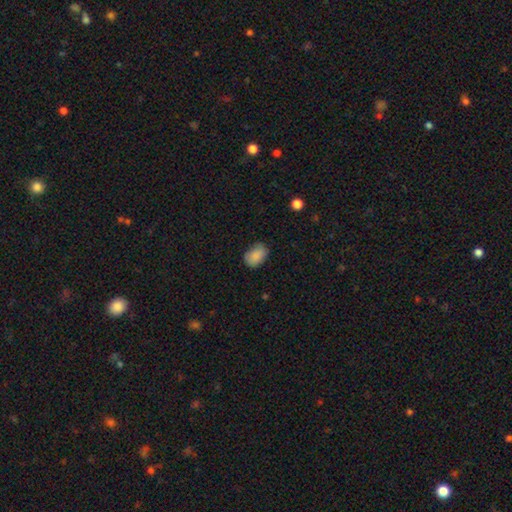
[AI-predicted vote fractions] smooth-or-featured: smooth: 88% | star or artifact: 8% | featured or disk: 5%
  how-rounded: in between: 81% | round: 18% | cigar-shaped: 1%
  merging: none: 74% | minor disturbance: 21% | major disturbance: 4% | merger: 1%